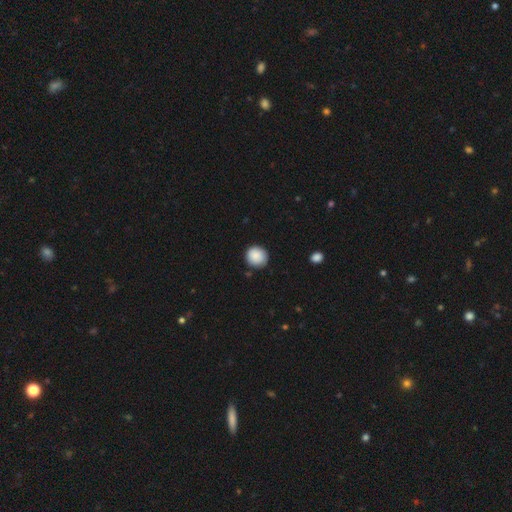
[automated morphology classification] This appears to be a smooth galaxy with no disk features (88%) that is round (90%). Merging: none (84%).